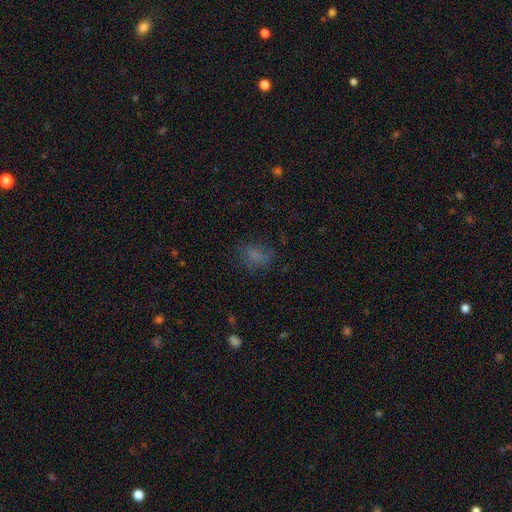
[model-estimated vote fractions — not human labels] Overall: smooth (68%). How rounded: in between (69%). Merging: none (64%).